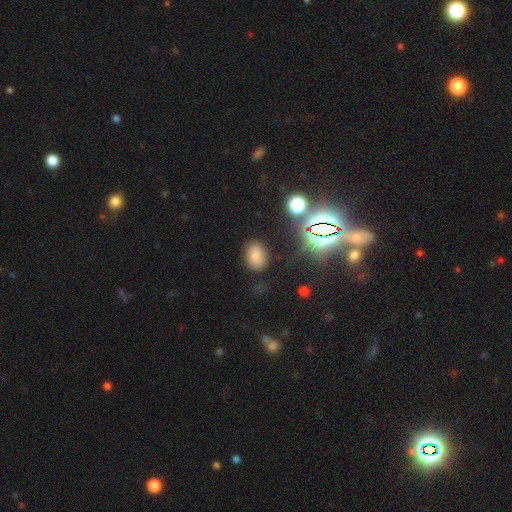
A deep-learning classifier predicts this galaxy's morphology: Overall: smooth (74%). How rounded: in between (78%). Merging: none (82%).